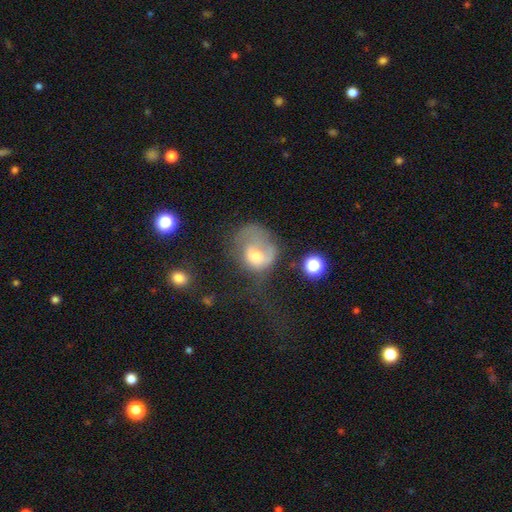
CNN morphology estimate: Smooth or featured? smooth (50%)
Merging? major disturbance (58%)